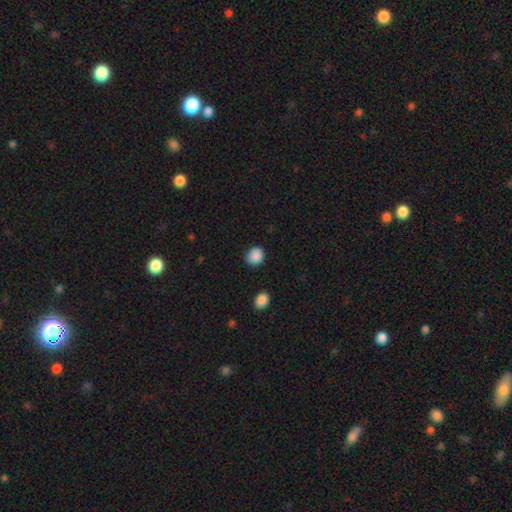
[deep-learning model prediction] The model was most divided on "how rounded": round: 77%, in between: 22%, cigar-shaped: 1%. More confident: smooth or featured — smooth (89%); merging — none (83%).